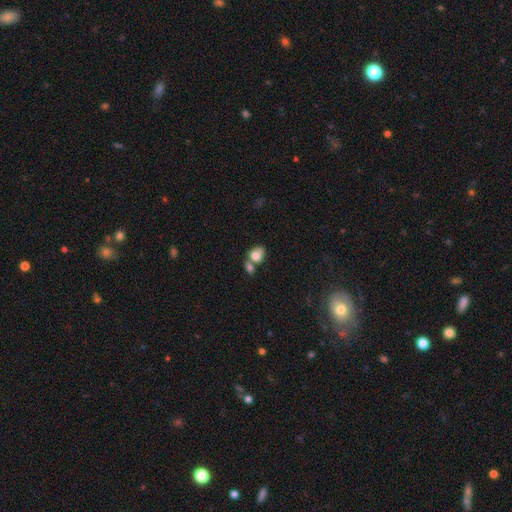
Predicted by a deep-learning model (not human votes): Smooth or featured? smooth (75%)
How rounded? in between (57%)
Merging? merger (51%)